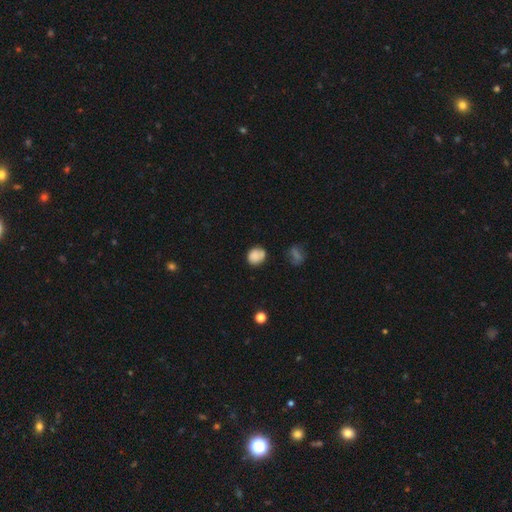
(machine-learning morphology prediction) Smooth or featured? smooth (81%)
How rounded? round (64%)
Merging? none (62%)